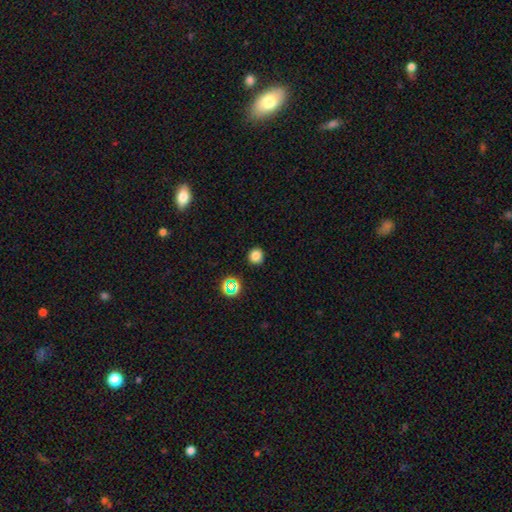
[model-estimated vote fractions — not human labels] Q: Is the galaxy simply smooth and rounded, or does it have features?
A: smooth — 80%.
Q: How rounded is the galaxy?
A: round — 90%.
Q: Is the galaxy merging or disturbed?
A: none — 91%.